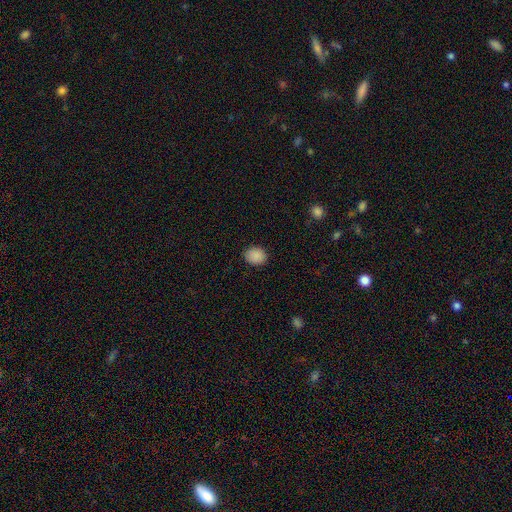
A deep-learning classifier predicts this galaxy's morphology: Overall: smooth (89%). How rounded: in between (51%; round 48%). Merging: none (87%).